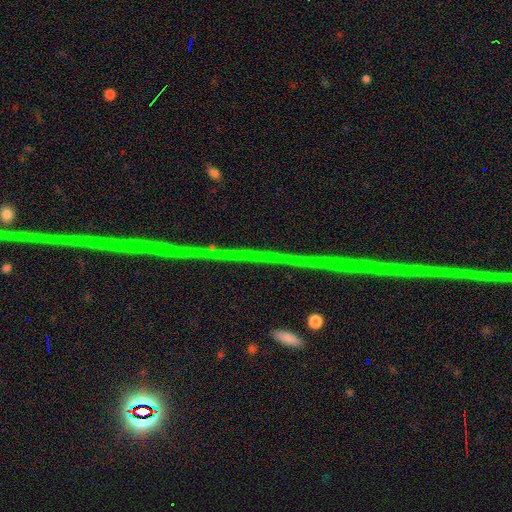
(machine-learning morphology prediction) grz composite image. It shows a star or artifact, not a galaxy (81%).